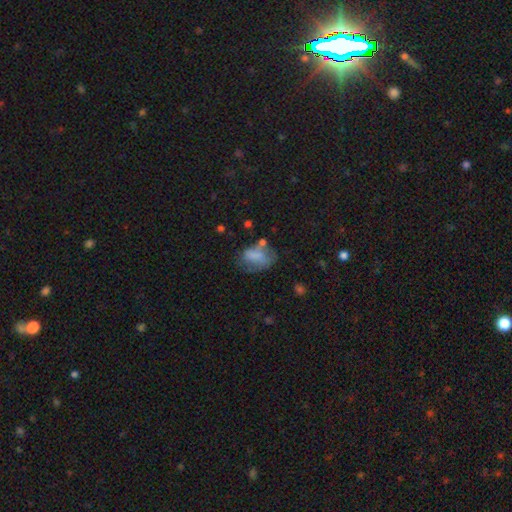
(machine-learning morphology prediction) smooth_or_featured: smooth (p=0.63) [alt: featured or disk p=0.26]
how_rounded: in between (p=0.82) [alt: round p=0.16]
merging: none (p=0.35) [alt: minor disturbance p=0.28]